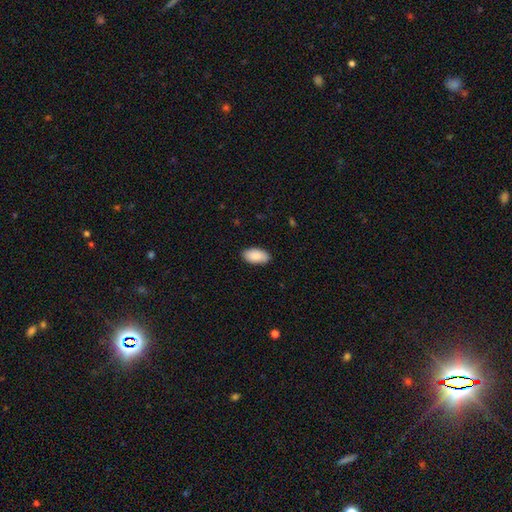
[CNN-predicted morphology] Q: Smooth or featured?
A: smooth (89%); runner-up: star or artifact (6%)
Q: How rounded?
A: in between (95%); runner-up: round (2%)
Q: Merging?
A: none (88%); runner-up: minor disturbance (10%)